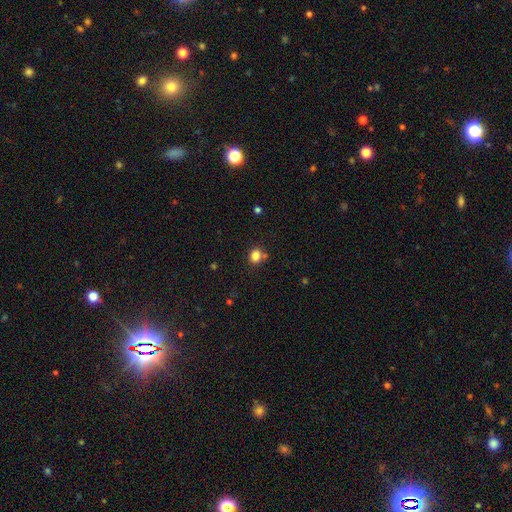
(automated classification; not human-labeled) The model was most divided on "how rounded": round: 77%, in between: 22%, cigar-shaped: 1%. More confident: smooth or featured — smooth (82%); merging — none (73%).